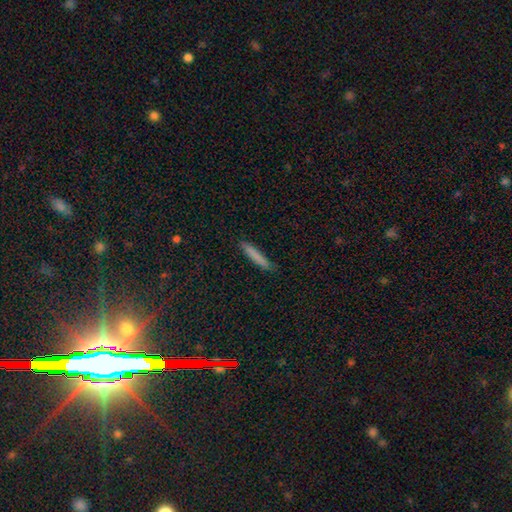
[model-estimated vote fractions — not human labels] The model was most divided on "smooth or featured": smooth: 81%, featured or disk: 12%, star or artifact: 7%. More confident: how rounded — cigar-shaped (93%); merging — none (87%).